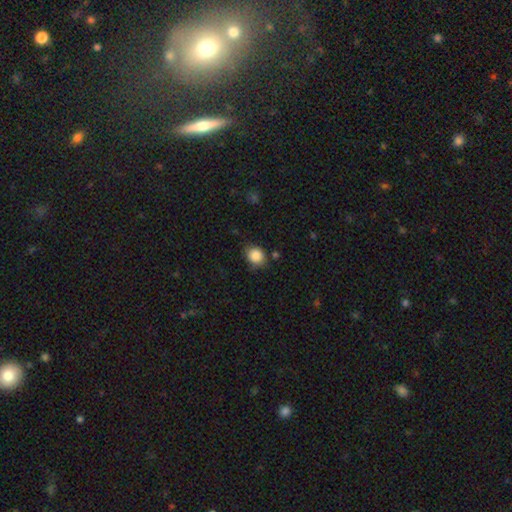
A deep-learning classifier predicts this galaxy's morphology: A smooth galaxy with no disk features (87%) that is round (72%). Merging: none (76%).